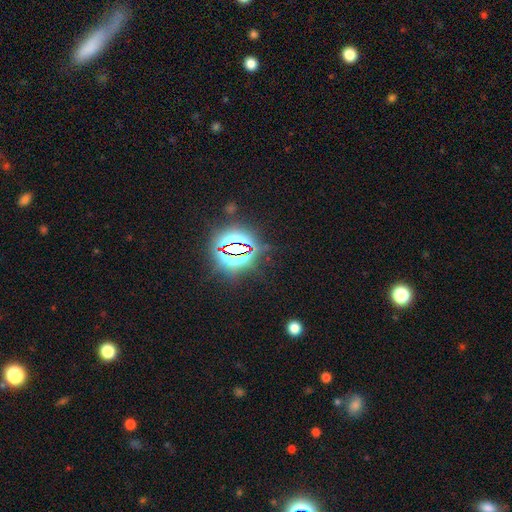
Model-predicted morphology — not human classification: This is clearly a star or artifact rather than a galaxy (81%).